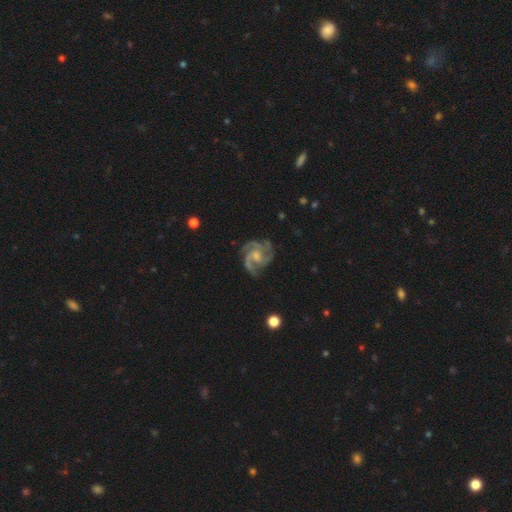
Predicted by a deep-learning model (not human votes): Overall: featured or disk (90%). Edge-on disk: no (98%). Bar: no (59%; weak 35%). Spiral arms: yes (98%). Spiral arm count: 3 (54%; 4 21%). Spiral winding: medium (52%; tight 38%). Bulge size: moderate (44%; small 40%). Merging: none (73%).